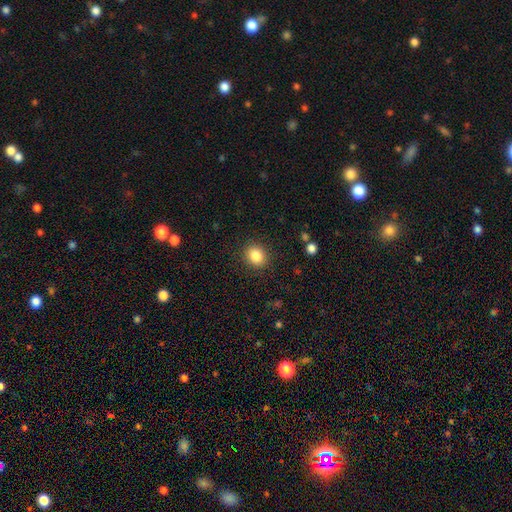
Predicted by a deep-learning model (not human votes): Smooth or featured? smooth (85%)
How rounded? round (68%)
Merging? none (89%)